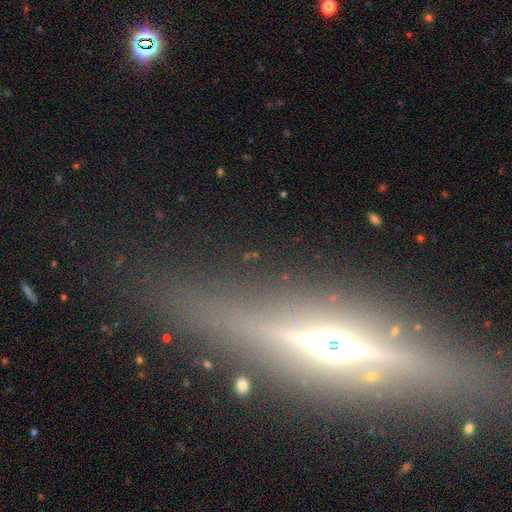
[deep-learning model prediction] Smooth or featured?
  - featured or disk: 80% *
  - smooth: 11%
  - star or artifact: 9%
Edge-on disk?
  - yes: 94% *
  - no: 6%
Edge-on bulge?
  - rounded: 87% *
  - boxy: 8%
  - none: 5%
Merging?
  - none: 84% *
  - minor disturbance: 10%
  - major disturbance: 4%
  - merger: 2%